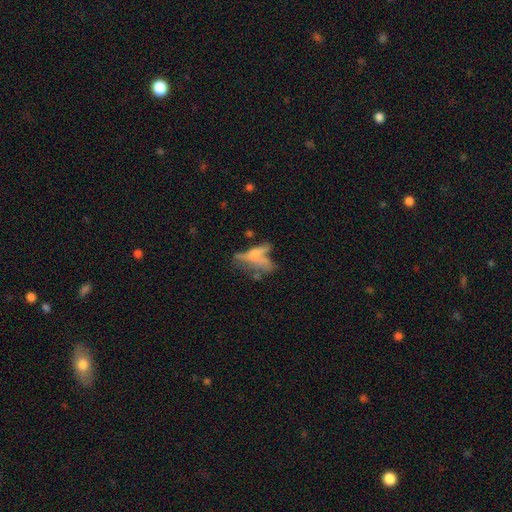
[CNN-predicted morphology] Smooth or featured: smooth — 46% (featured or disk — 40%)
Merging: none — 30% (merger — 29%)